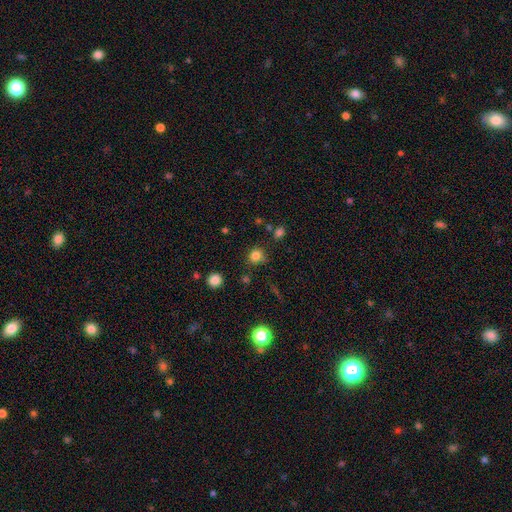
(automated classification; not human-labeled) Morphology: type=smooth (80%); roundness=round (88%); merging=none (80%).